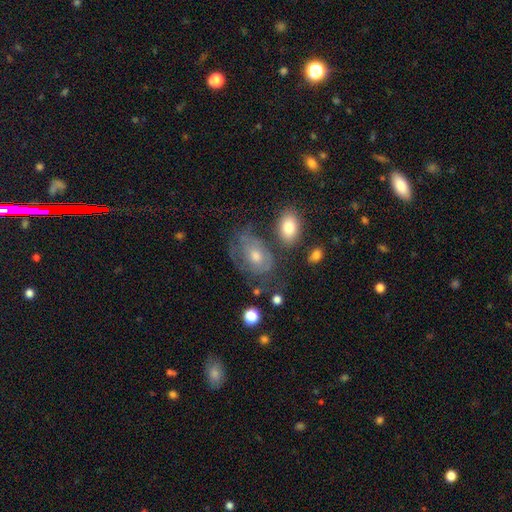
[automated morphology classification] Q: Smooth or featured?
A: featured or disk (58%); runner-up: smooth (31%)
Q: Edge-on disk?
A: no (95%); runner-up: yes (5%)
Q: Bar?
A: no (79%); runner-up: weak (17%)
Q: Spiral arms?
A: yes (62%); runner-up: no (38%)
Q: Bulge size?
A: moderate (58%); runner-up: small (32%)
Q: Merging?
A: none (48%); runner-up: minor disturbance (25%)